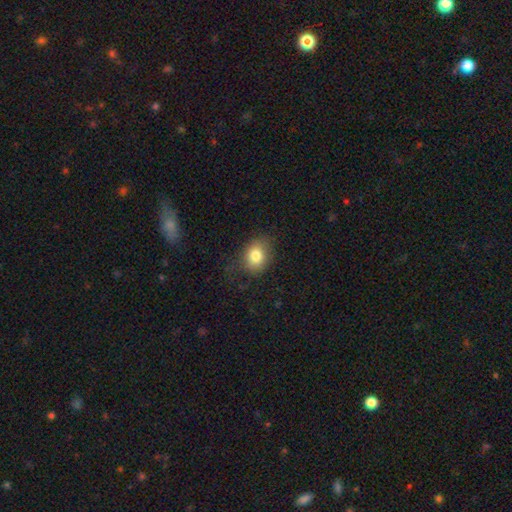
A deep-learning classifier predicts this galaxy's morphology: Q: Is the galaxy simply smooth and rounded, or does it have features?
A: smooth — 82%.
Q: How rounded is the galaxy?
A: in between — 56%.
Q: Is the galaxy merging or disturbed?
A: none — 71%.